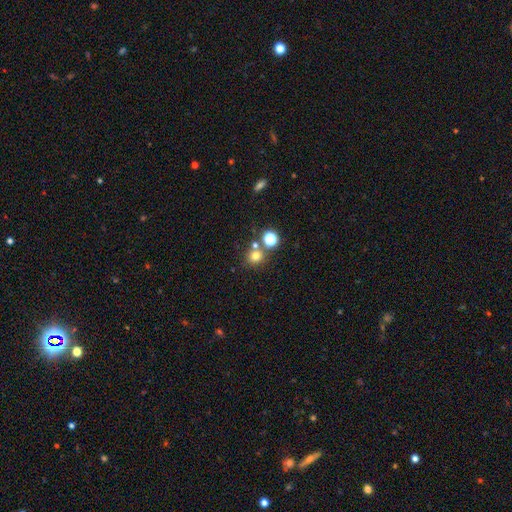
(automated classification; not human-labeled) The model was most divided on "merging": none: 66%, merger: 23%, minor disturbance: 8%, major disturbance: 3%. More confident: how rounded — round (88%); smooth or featured — smooth (73%).